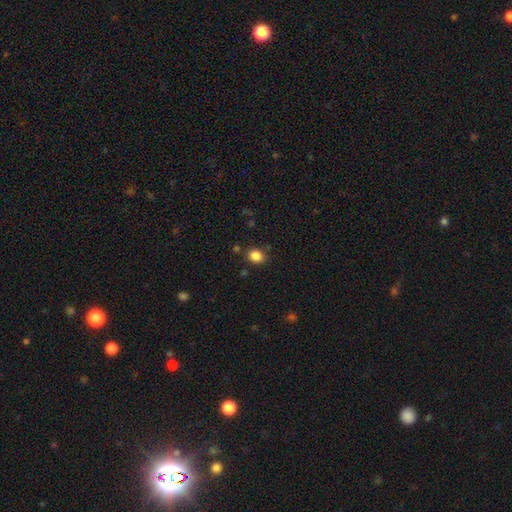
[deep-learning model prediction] smooth_or_featured: smooth (p=0.86) [alt: star or artifact p=0.10]
how_rounded: in between (p=0.55) [alt: round p=0.44]
merging: none (p=0.83) [alt: minor disturbance p=0.10]